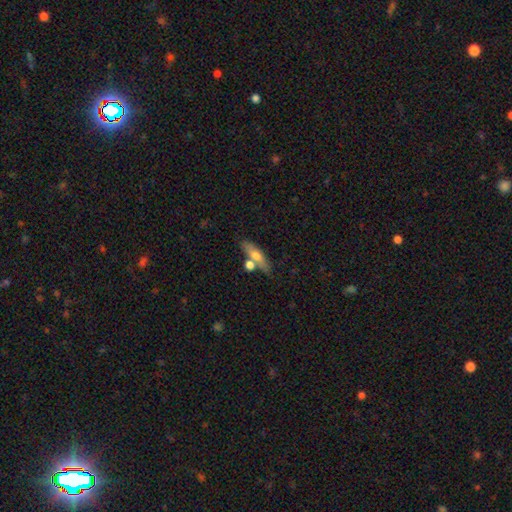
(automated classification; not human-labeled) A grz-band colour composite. It shows a smooth galaxy with no disk features (59%) that is cigar-shaped (57%). Merging: none (60%).